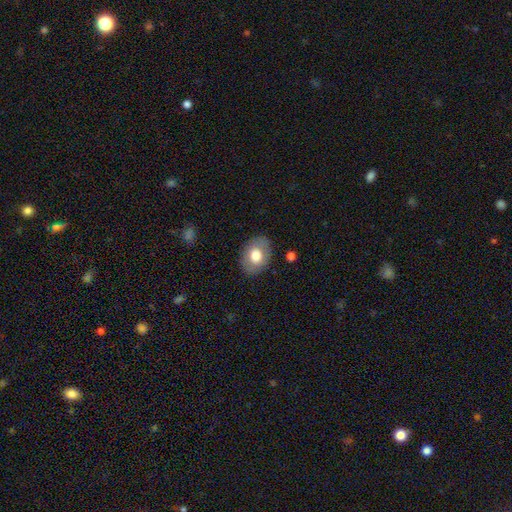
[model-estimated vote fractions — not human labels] A smooth galaxy with no disk features (72%) that is in between round and cigar-shaped (74%).

Vote fractions:
- Smooth or featured? smooth: 72% / featured or disk: 21% / star or artifact: 7%
- How rounded? in between: 74% / round: 25% / cigar-shaped: 1%
- Merging? none: 85% / minor disturbance: 11% / major disturbance: 3% / merger: 1%